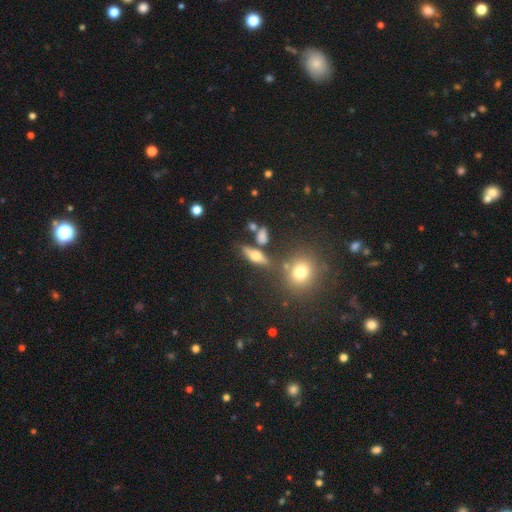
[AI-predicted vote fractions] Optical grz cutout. It shows a smooth galaxy with no disk features (46%). Merging: none (70%).